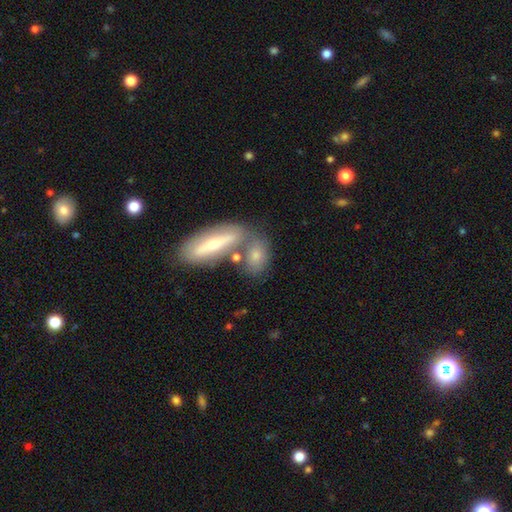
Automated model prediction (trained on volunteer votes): smooth 63%, featured or disk 29%, star or artifact 8%. Down the decision tree: how rounded — in between (72%); merging — none (44%).